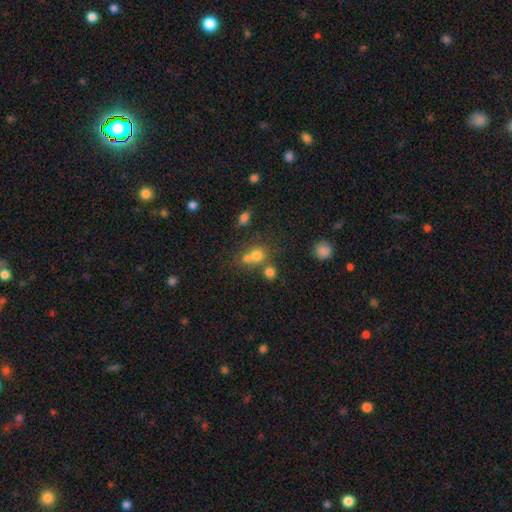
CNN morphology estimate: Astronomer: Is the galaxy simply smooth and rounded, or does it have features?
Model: smooth — 69%.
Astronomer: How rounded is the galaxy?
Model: round — 79%.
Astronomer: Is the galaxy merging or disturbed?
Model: merger — 47% (runner-up: none, 41%).